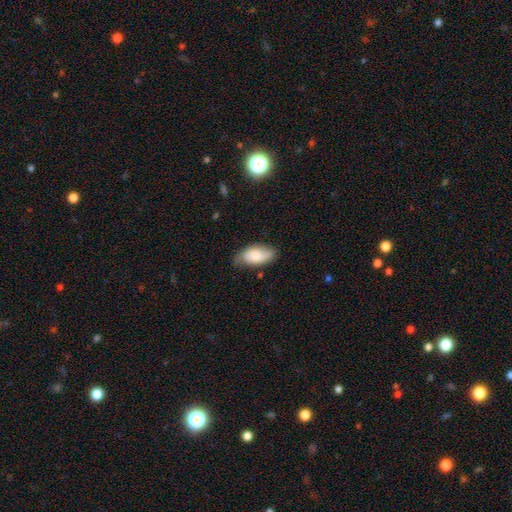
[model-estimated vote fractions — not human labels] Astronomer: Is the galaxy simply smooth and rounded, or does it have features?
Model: smooth — 71%.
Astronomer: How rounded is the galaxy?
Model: in between — 92%.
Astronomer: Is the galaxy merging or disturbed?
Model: none — 65%.